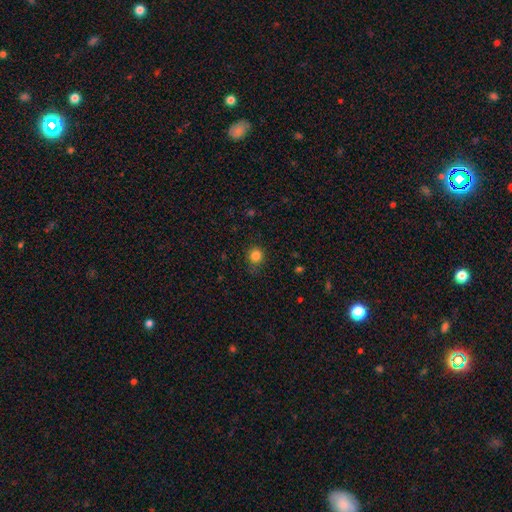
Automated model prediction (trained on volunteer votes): Morphology: type=smooth (83%); roundness=round (88%); merging=none (81%).